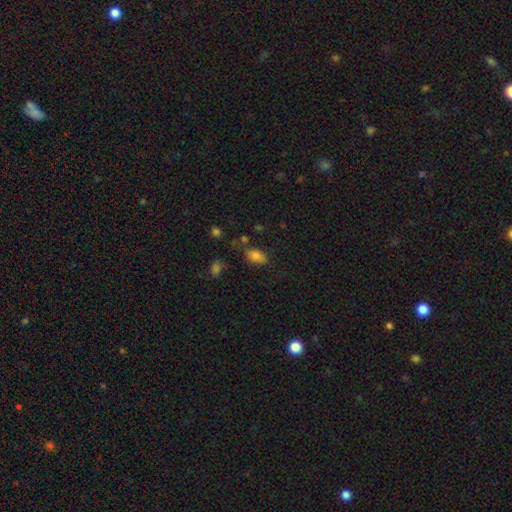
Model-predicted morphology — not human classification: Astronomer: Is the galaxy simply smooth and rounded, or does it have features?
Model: smooth — 80%.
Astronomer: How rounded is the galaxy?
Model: in between — 90%.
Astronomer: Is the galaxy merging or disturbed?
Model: none — 65%.